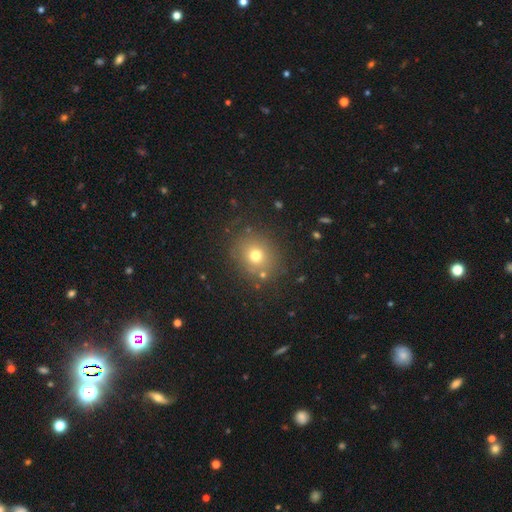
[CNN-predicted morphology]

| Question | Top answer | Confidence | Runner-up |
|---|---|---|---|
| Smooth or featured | smooth | 70% | star or artifact (17%) |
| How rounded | round | 79% | in between (20%) |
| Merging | none | 82% | minor disturbance (10%) |